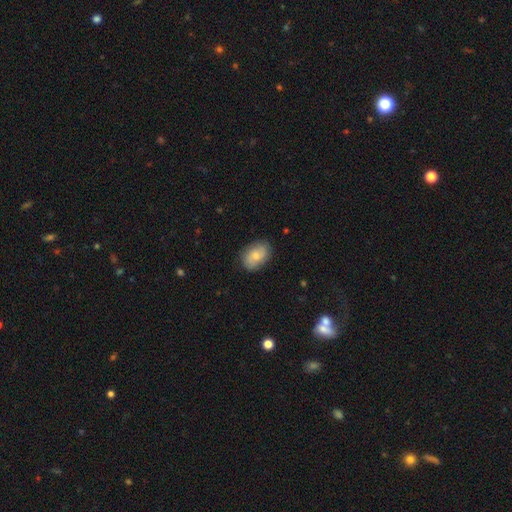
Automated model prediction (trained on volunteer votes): smooth 70%, featured or disk 23%, star or artifact 7%. Down the decision tree: how rounded — in between (83%); merging — none (82%).